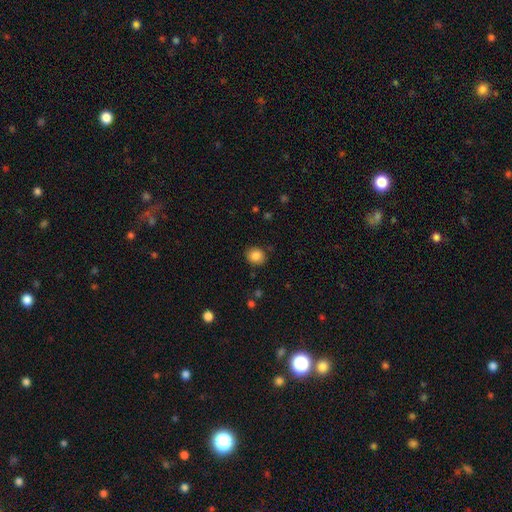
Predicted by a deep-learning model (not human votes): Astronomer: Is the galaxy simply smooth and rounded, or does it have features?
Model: smooth — 85%.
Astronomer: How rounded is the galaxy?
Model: round — 72%.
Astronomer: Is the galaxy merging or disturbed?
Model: none — 87%.